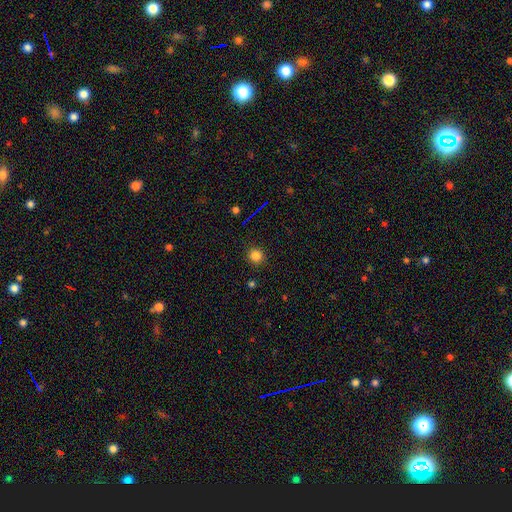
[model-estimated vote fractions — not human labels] smooth 82%, star or artifact 14%, featured or disk 4%. Down the decision tree: how rounded — round (91%); merging — none (89%).